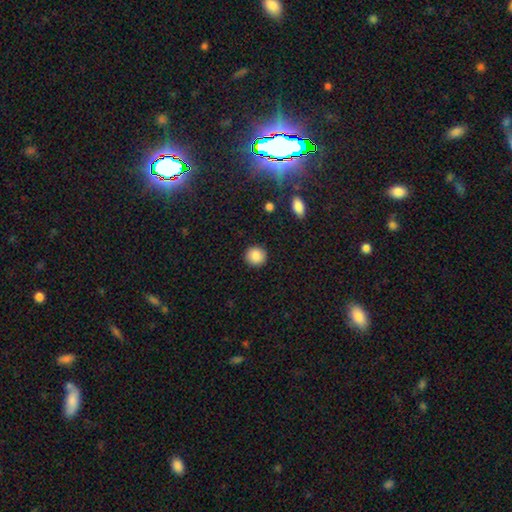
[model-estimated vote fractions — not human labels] Smooth or featured: smooth — 87% (star or artifact — 9%)
How rounded: round — 91% (in between — 8%)
Merging: none — 91% (minor disturbance — 6%)